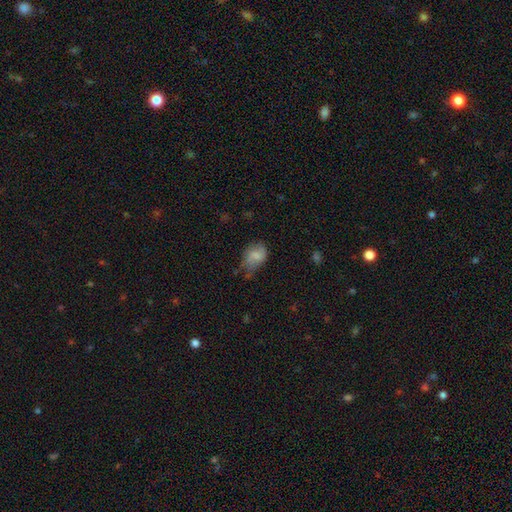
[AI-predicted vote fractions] A smooth galaxy with no disk features (71%) that is in between round and cigar-shaped (72%).

Vote fractions:
- Smooth or featured? smooth: 71% / featured or disk: 20% / star or artifact: 8%
- How rounded? in between: 72% / round: 26% / cigar-shaped: 1%
- Merging? none: 44% / minor disturbance: 38% / major disturbance: 14% / merger: 4%